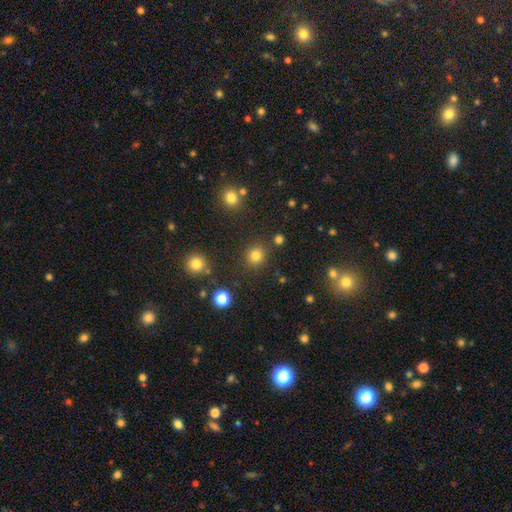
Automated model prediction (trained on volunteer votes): This is clearly a smooth galaxy (81%). How rounded: clearly round (89%). Merging: clearly none (88%).